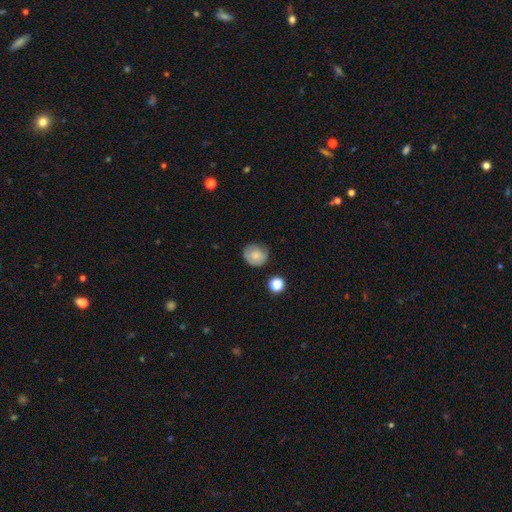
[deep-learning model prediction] This appears to be a smooth galaxy with no disk features (74%) that is round (80%). Merging: none (73%).